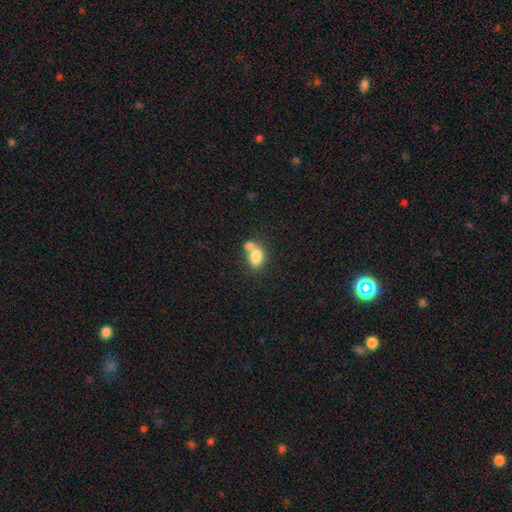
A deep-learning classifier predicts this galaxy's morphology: A smooth galaxy with no disk features (79%) that is in between round and cigar-shaped (77%). Merging: merger (55%).